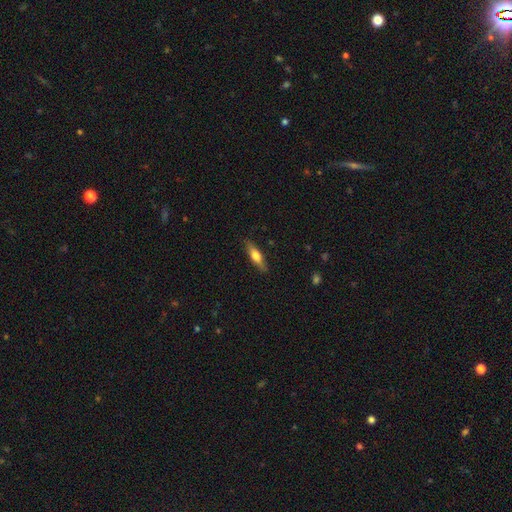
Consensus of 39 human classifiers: Smooth or featured: smooth — 59% (featured or disk — 38%)
How rounded: cigar-shaped — 70% (in between — 30%)
Merging: none — 82% (minor disturbance — 11%)